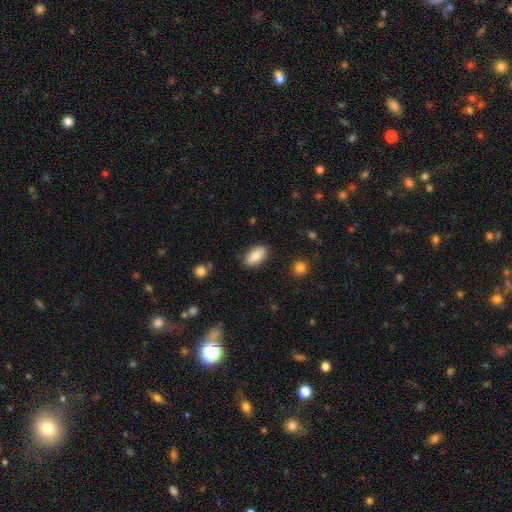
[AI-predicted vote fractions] smooth-or-featured: smooth: 81% | featured or disk: 12% | star or artifact: 7%
  how-rounded: in between: 91% | cigar-shaped: 5% | round: 4%
  merging: none: 84% | minor disturbance: 12% | major disturbance: 3% | merger: 2%